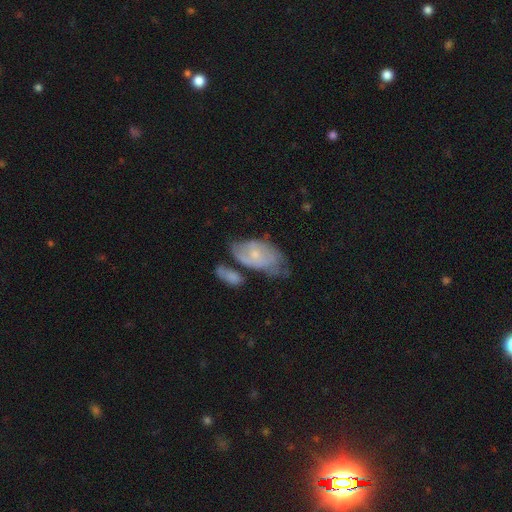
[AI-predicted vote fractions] Morphology: type=featured or disk (54%); edge-on=no (93%); bar=no (76%); spiral arms=yes (59%); bulge=small (65%); merging=none (36%).